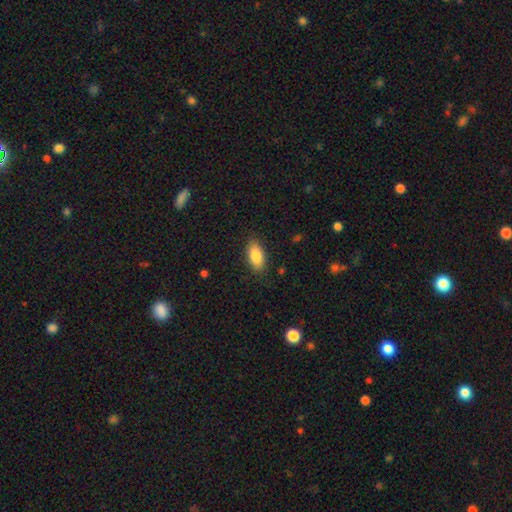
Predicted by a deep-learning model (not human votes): Morphology: type=smooth (85%); roundness=in between (90%); merging=none (86%).